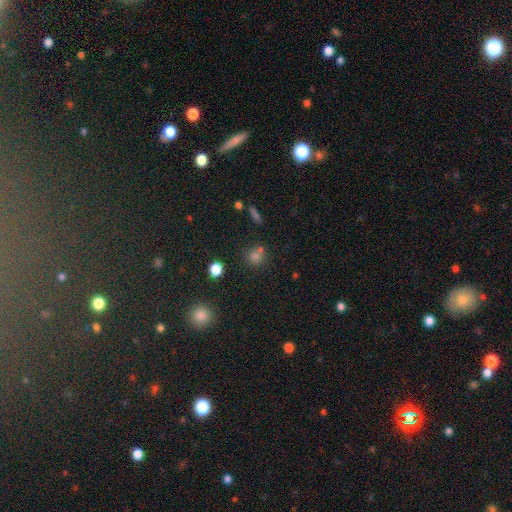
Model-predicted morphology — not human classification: Smooth or featured? smooth (69%)
How rounded? round (87%)
Merging? none (65%)